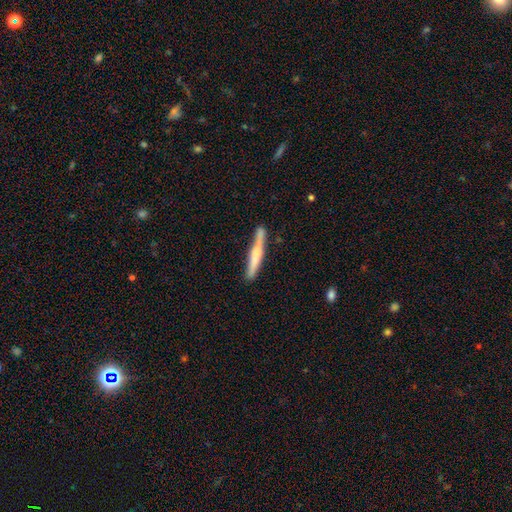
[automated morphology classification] smooth-or-featured: smooth: 55% | featured or disk: 39% | star or artifact: 5%
  how-rounded: cigar-shaped: 95% | in between: 4% | round: 1%
  merging: none: 77% | minor disturbance: 16% | merger: 4% | major disturbance: 3%